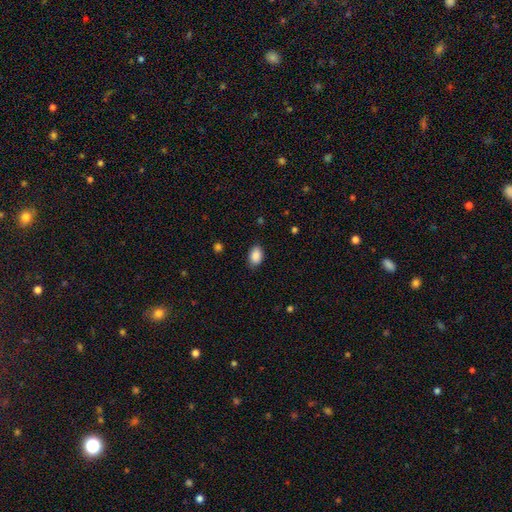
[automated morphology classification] Smooth or featured? Predicted: smooth (p=0.89). How rounded? Predicted: in between (p=0.88). Merging? Predicted: none (p=0.86).